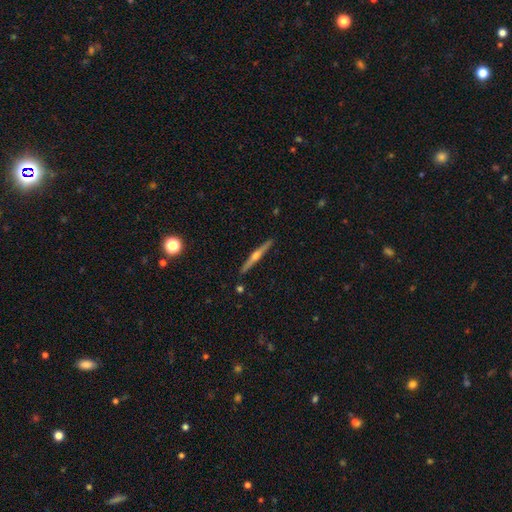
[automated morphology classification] Overall: featured or disk (76%). Edge-on disk: yes (98%). Edge-on bulge: rounded (90%). Merging: none (91%).